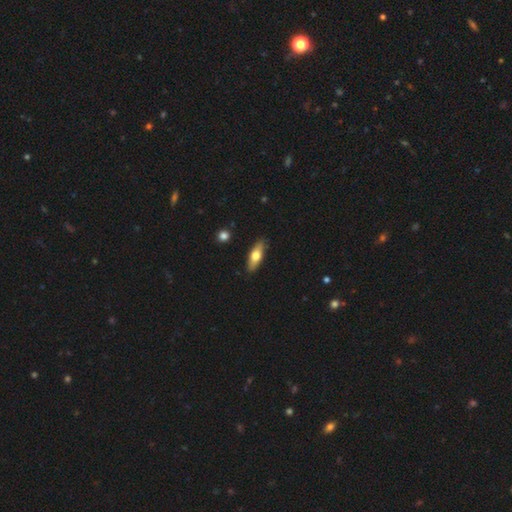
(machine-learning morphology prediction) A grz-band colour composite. It shows a smooth galaxy with no disk features (63%) that is in between round and cigar-shaped (56%). Merging: none (88%).